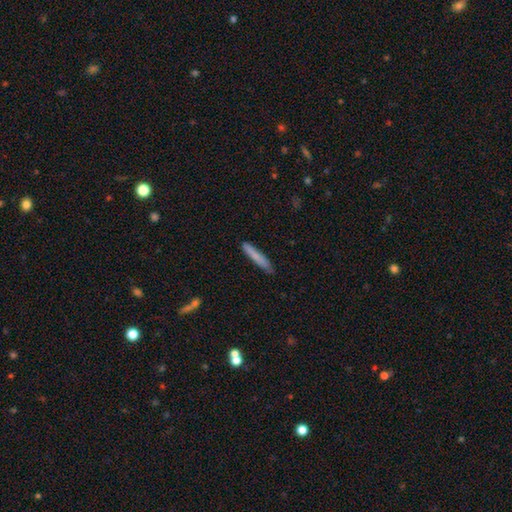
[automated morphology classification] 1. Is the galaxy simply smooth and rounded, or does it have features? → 76% smooth, 18% featured or disk, 6% star or artifact.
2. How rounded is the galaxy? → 94% cigar-shaped, 5% in between, 1% round.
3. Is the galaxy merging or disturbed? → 84% none, 12% minor disturbance, 2% major disturbance, 2% merger.